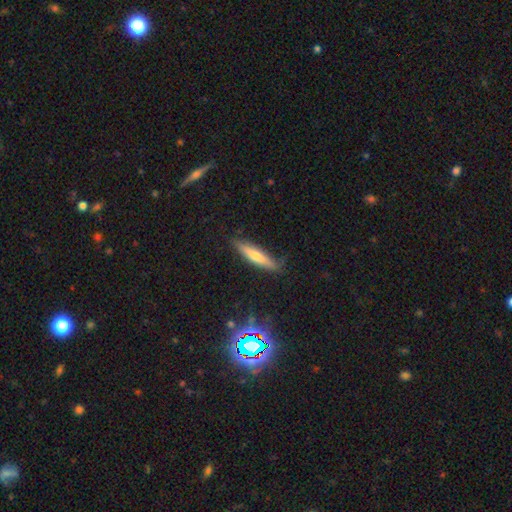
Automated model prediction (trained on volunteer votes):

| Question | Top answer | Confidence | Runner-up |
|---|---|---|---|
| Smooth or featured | smooth | 58% | featured or disk (32%) |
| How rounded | cigar-shaped | 83% | in between (16%) |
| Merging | none | 81% | minor disturbance (15%) |